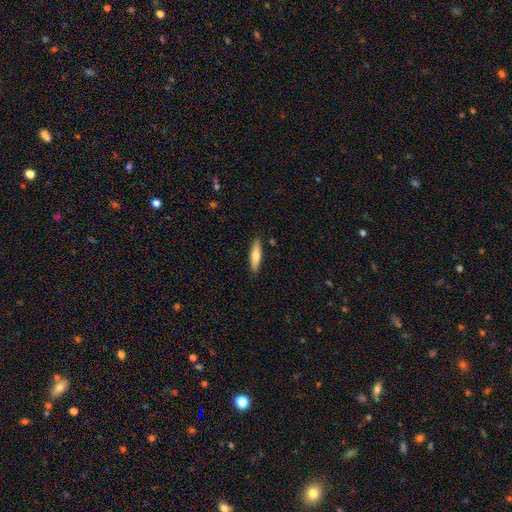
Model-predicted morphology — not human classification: Overall: smooth (71%). How rounded: cigar-shaped (69%). Merging: none (88%).